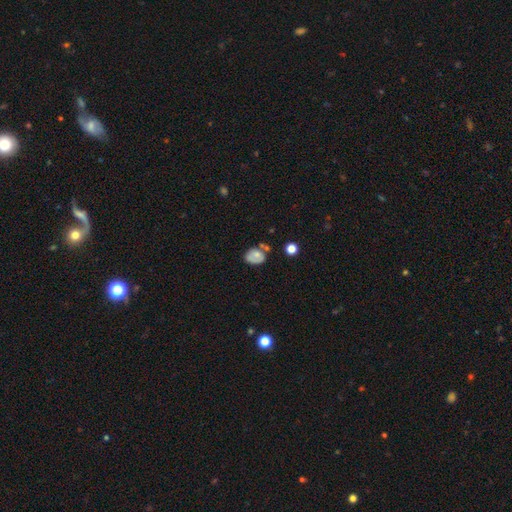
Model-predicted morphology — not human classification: This appears to be a smooth galaxy with no disk features (63%) that is in between round and cigar-shaped (66%). Merging: none (49%).